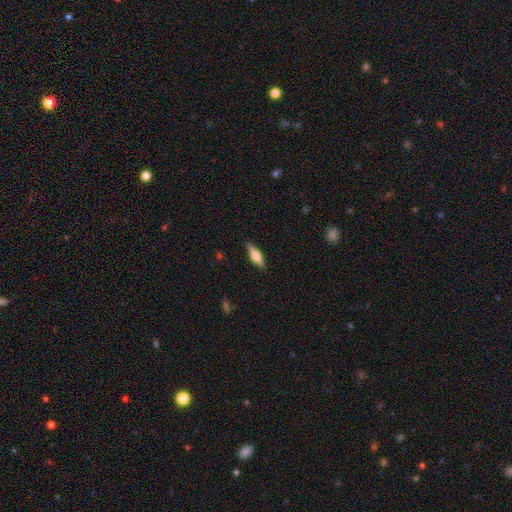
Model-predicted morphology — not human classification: Overall: featured or disk (50%; smooth 44%). Merging: none (88%).